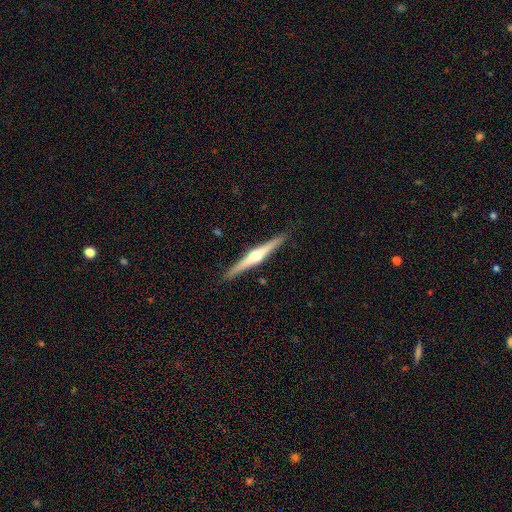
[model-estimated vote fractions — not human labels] A featured or disk galaxy (77%) viewed edge-on (98%) with a rounded central bulge (93%). Merging: none (91%).